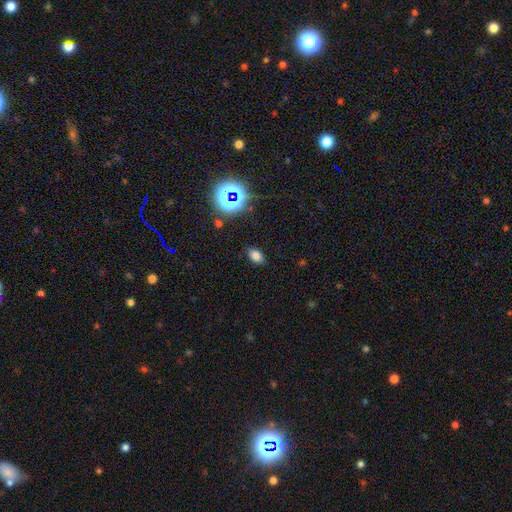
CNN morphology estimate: Overall: smooth (74%). How rounded: in between (86%). Merging: none (86%).